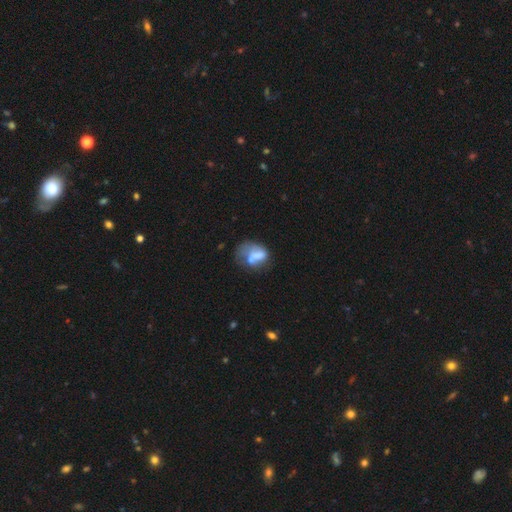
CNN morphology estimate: Smooth or featured? smooth (55%)
How rounded? in between (72%)
Merging? major disturbance (37%)